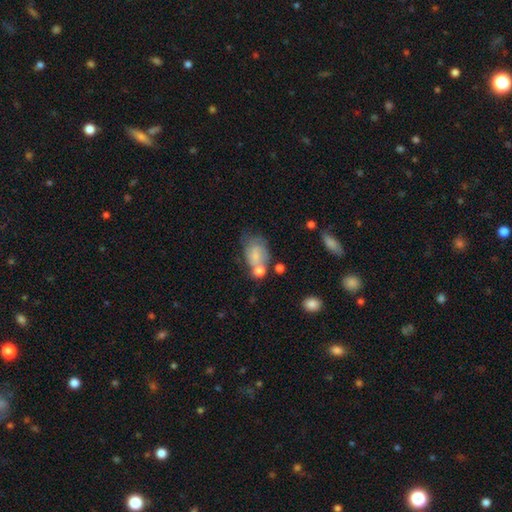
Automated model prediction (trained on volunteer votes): smooth_or_featured: smooth (p=0.59) [alt: featured or disk p=0.31]
how_rounded: in between (p=0.82) [alt: round p=0.16]
merging: none (p=0.33) [alt: merger p=0.27]